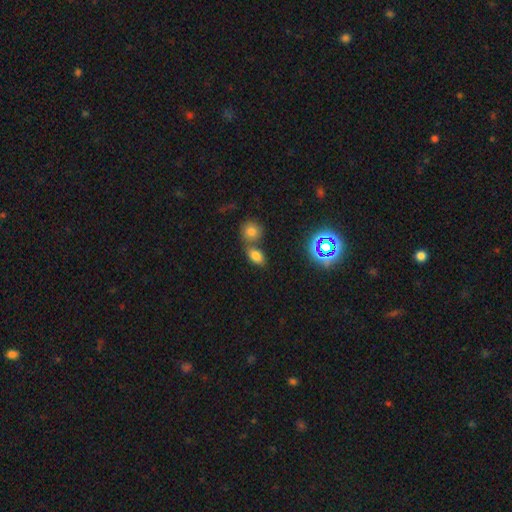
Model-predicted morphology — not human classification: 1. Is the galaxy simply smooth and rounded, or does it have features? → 72% smooth, 20% star or artifact, 9% featured or disk.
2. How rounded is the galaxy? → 82% in between, 15% round, 3% cigar-shaped.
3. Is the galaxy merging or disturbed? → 51% none, 35% merger, 10% minor disturbance, 4% major disturbance.